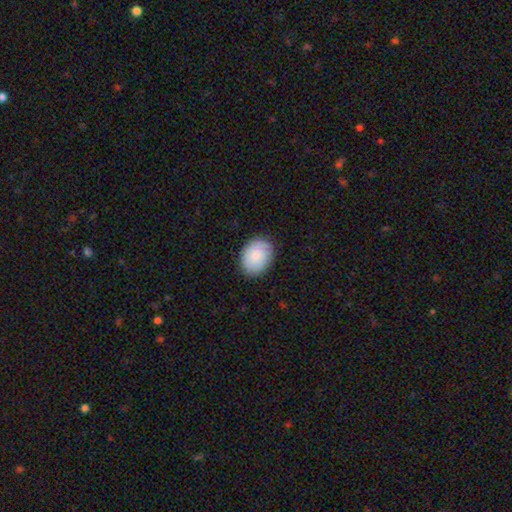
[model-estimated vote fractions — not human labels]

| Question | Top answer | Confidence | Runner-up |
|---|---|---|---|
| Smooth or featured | smooth | 81% | featured or disk (13%) |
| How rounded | in between | 66% | round (33%) |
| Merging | none | 86% | minor disturbance (11%) |